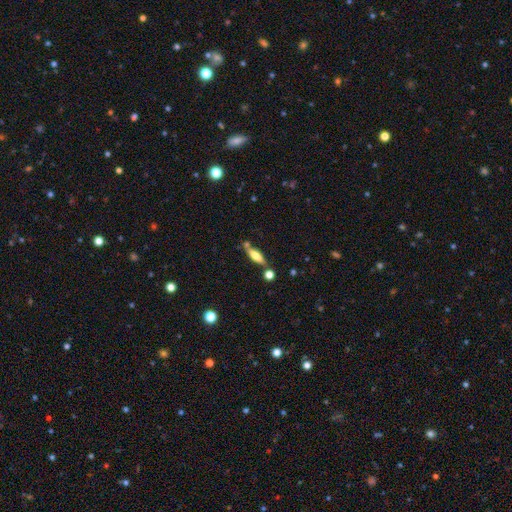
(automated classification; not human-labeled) This appears to be a smooth galaxy with no disk features (57%) that is cigar-shaped (53%). Merging: none (66%).